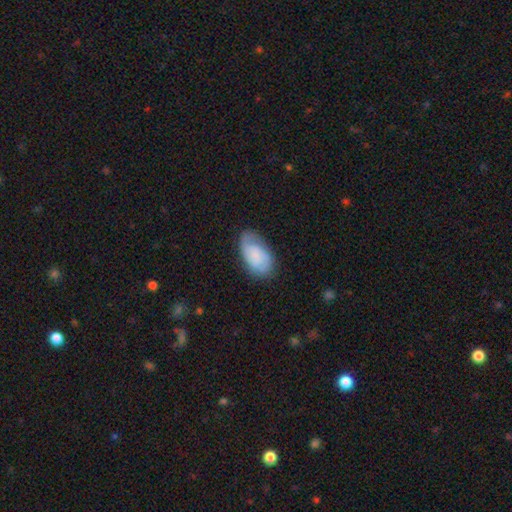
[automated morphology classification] Overall: smooth (47%; featured or disk 46%). Merging: none (67%).